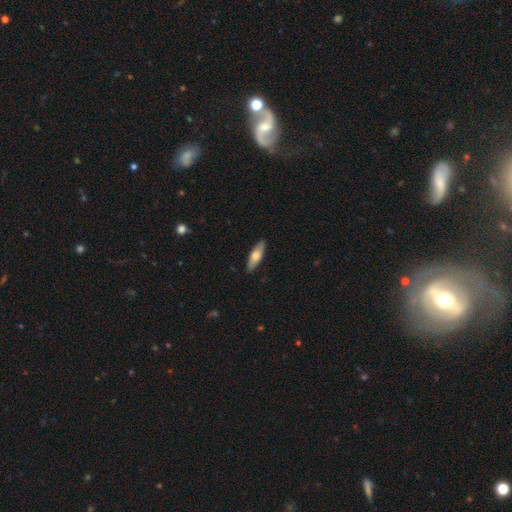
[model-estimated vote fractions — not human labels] Q: Smooth or featured?
A: smooth (63%); runner-up: featured or disk (32%)
Q: How rounded?
A: cigar-shaped (49%); runner-up: in between (48%)
Q: Merging?
A: none (88%); runner-up: minor disturbance (9%)